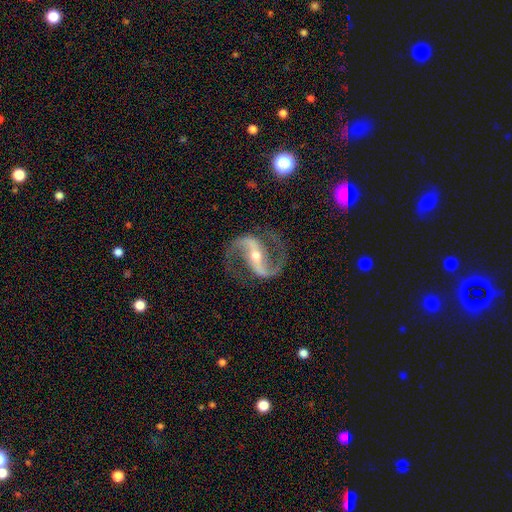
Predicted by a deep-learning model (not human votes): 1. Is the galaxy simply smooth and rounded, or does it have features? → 94% featured or disk, 4% star or artifact, 2% smooth.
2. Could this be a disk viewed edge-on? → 97% no, 3% yes.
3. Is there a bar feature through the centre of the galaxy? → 62% strong, 24% weak, 13% no.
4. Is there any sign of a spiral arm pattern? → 98% yes, 2% no.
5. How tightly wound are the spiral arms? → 52% medium, 38% loose, 10% tight.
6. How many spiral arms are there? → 95% 2, 1% 1, 1% can't tell, 1% 3, 1% 4, 1% more than 4.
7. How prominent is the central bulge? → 52% small, 45% moderate, 2% large, 1% none, 1% dominant.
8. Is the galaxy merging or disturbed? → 83% none, 10% minor disturbance, 5% major disturbance, 1% merger.